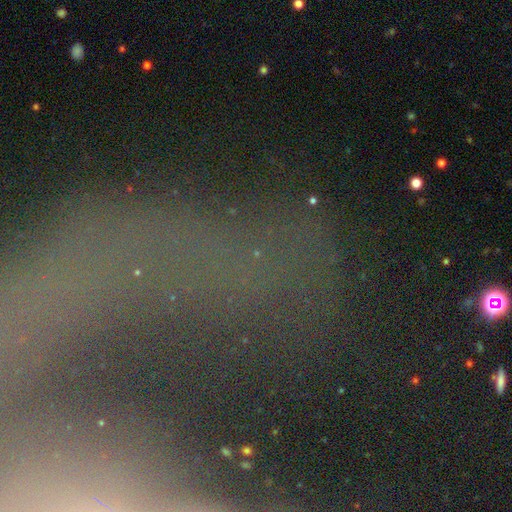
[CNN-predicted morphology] type=star or artifact (56%).